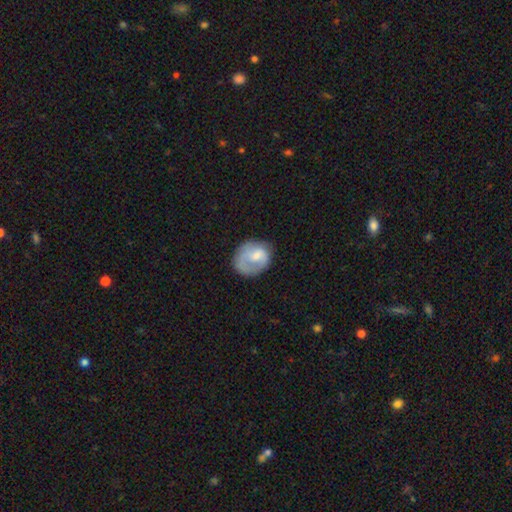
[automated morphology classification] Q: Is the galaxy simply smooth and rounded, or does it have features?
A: smooth — 53%.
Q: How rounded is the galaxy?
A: round — 56%.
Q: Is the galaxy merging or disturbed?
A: none — 49%.